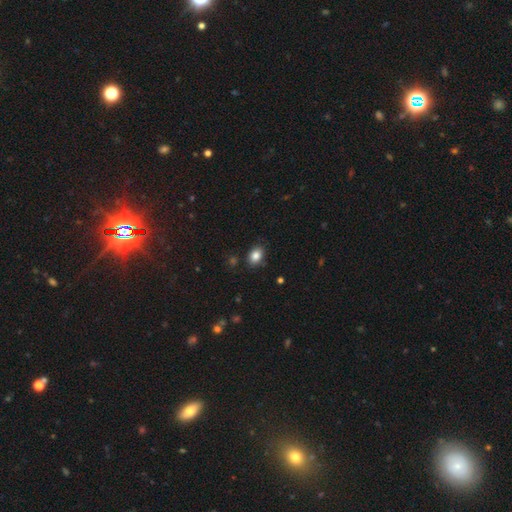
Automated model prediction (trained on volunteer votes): Overall: smooth (84%). How rounded: in between (74%). Merging: none (85%).